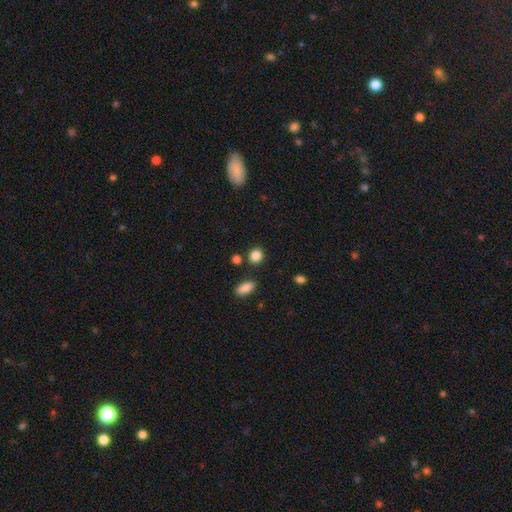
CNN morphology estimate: Smooth or featured? Predicted: smooth (p=0.86). How rounded? Predicted: round (p=0.73). Merging? Predicted: none (p=0.82).